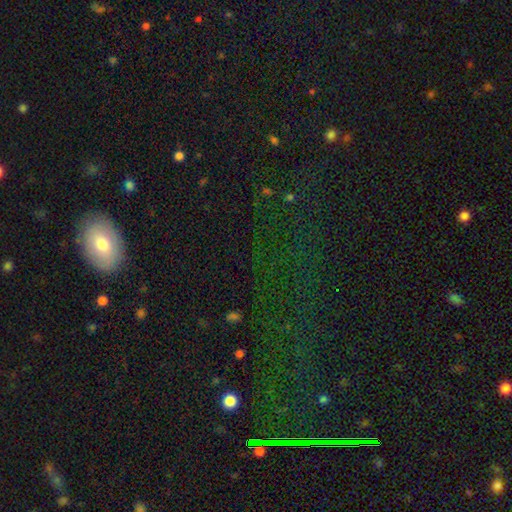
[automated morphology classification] This appears to be a star or artifact, not a galaxy (51%).